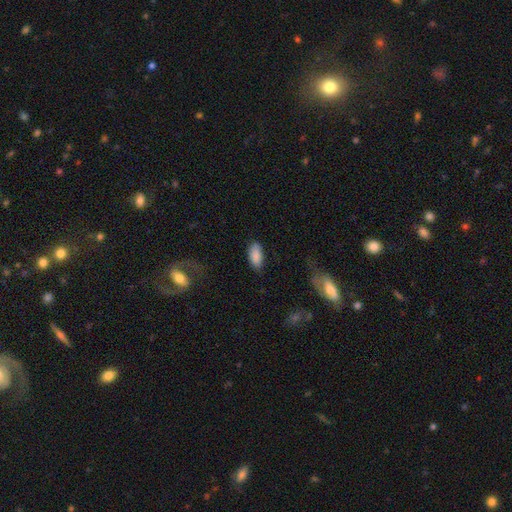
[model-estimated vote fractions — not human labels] smooth 87%, star or artifact 7%, featured or disk 6%. Down the decision tree: how rounded — in between (92%); merging — none (78%).